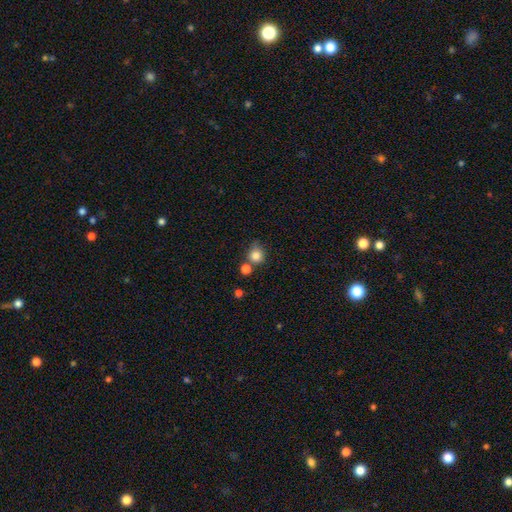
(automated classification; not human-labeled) Smooth or featured? smooth (82%)
How rounded? round (84%)
Merging? none (58%)